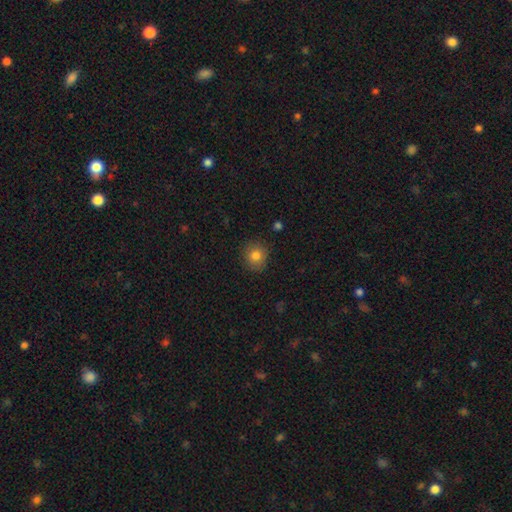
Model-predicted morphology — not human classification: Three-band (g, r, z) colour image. It shows a smooth galaxy with no disk features (81%) that is round (87%). Merging: none (88%).